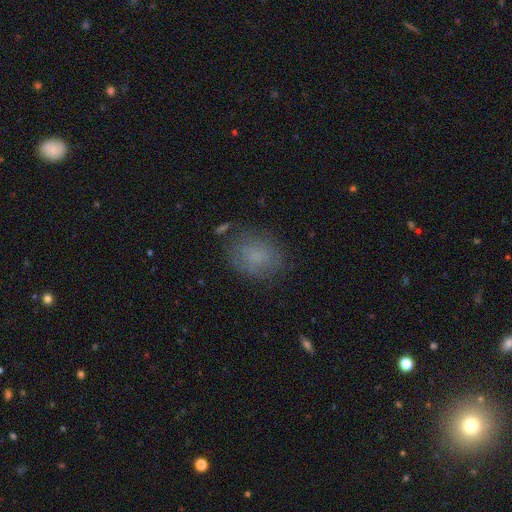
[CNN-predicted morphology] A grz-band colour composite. It shows a smooth galaxy with no disk features (70%) that is in between round and cigar-shaped (54%). Merging: none (72%).